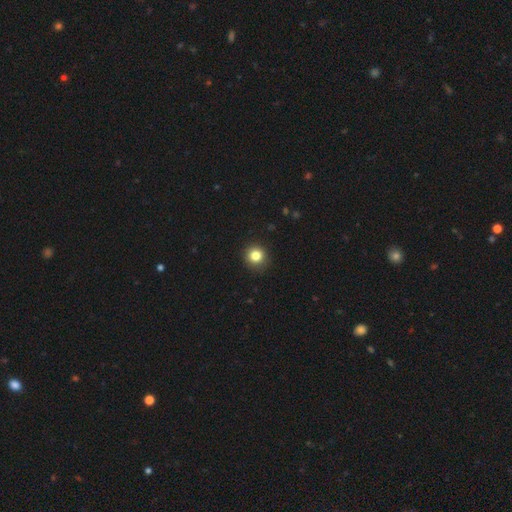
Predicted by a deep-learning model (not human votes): Smooth or featured: smooth — 83% (star or artifact — 11%)
How rounded: round — 93% (in between — 6%)
Merging: none — 91% (minor disturbance — 6%)